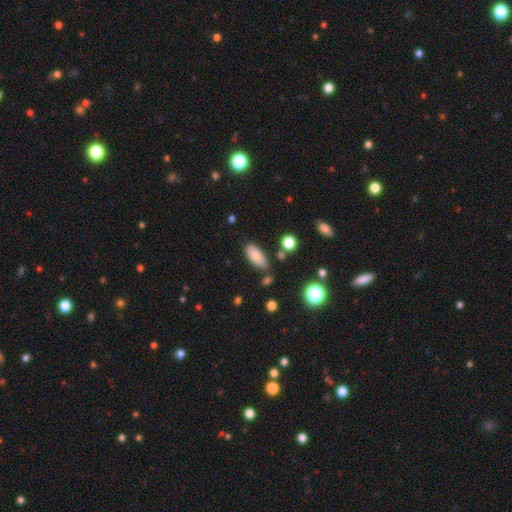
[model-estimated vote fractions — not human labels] Morphology: type=smooth (79%); roundness=in between (87%); merging=none (76%).